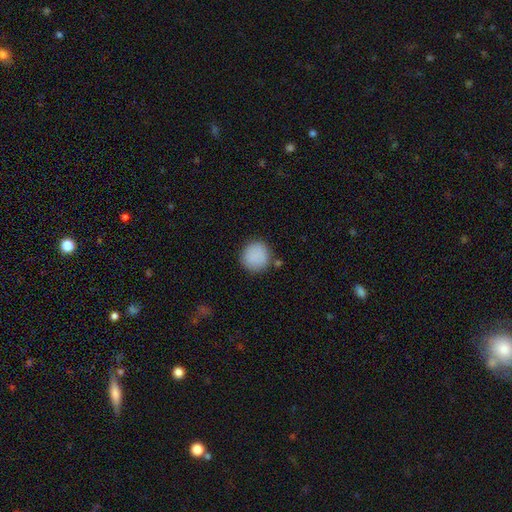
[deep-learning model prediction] Morphology: type=smooth (88%); roundness=round (92%); merging=none (83%).